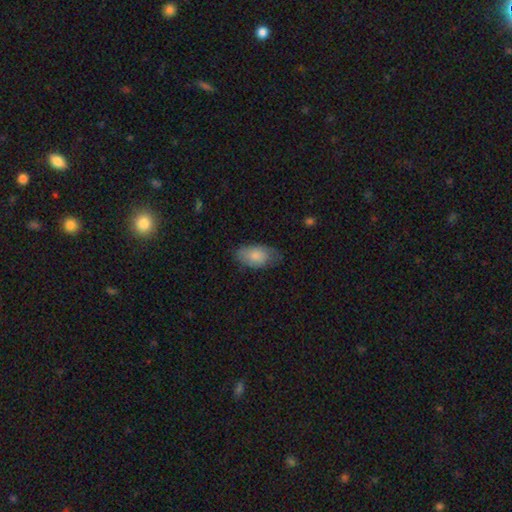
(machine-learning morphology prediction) Smooth or featured: smooth — 78% (featured or disk — 16%)
How rounded: in between — 93% (round — 4%)
Merging: none — 64% (minor disturbance — 28%)